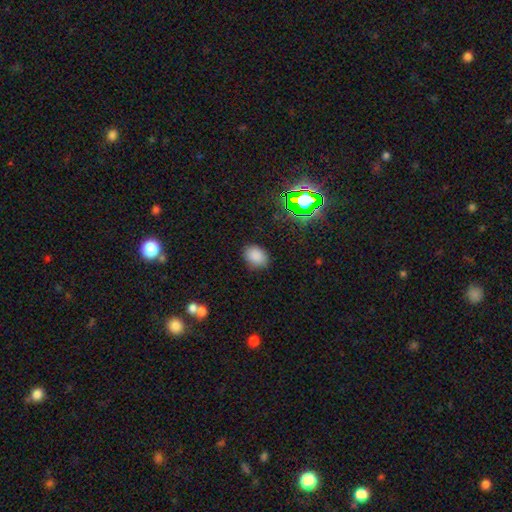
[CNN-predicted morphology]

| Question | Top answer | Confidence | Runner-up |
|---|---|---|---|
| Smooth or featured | smooth | 82% | star or artifact (13%) |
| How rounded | in between | 69% | round (30%) |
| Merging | none | 84% | minor disturbance (11%) |